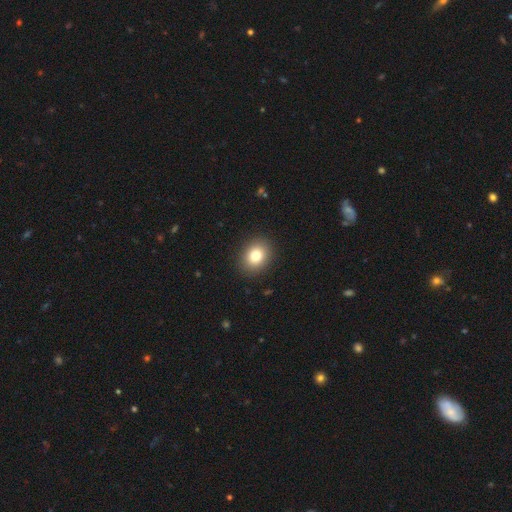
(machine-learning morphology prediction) A smooth galaxy with no disk features (82%) that is in between round and cigar-shaped (51%).

Vote fractions:
- Smooth or featured? smooth: 82% / star or artifact: 10% / featured or disk: 9%
- How rounded? in between: 51% / round: 48% / cigar-shaped: 1%
- Merging? none: 90% / minor disturbance: 7% / major disturbance: 2% / merger: 1%